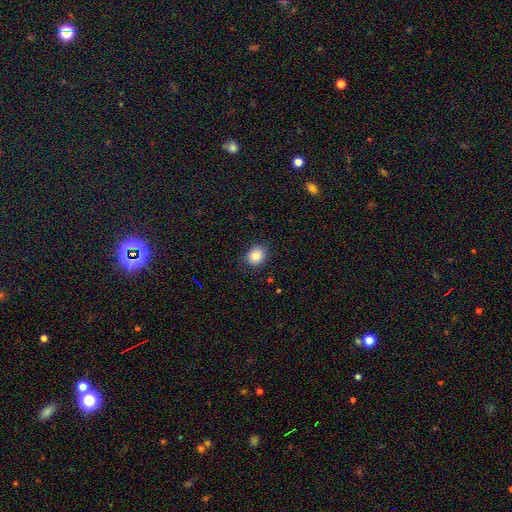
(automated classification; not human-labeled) This is clearly a smooth galaxy (87%). How rounded: likely round (61%). Merging: clearly none (84%).